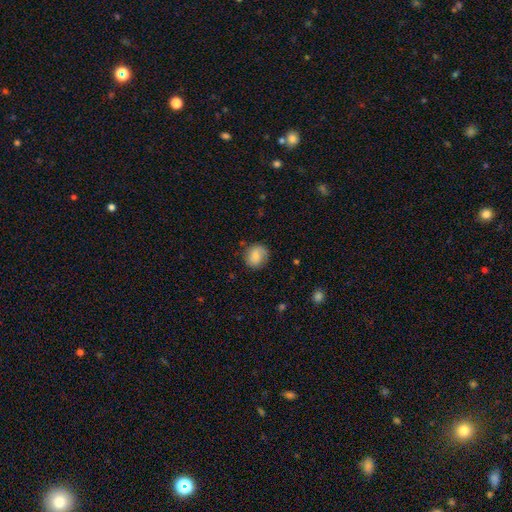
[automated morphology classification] Smooth or featured?
  - smooth: 76% *
  - featured or disk: 16%
  - star or artifact: 8%
How rounded?
  - round: 79% *
  - in between: 20%
  - cigar-shaped: 1%
Merging?
  - none: 76% *
  - minor disturbance: 18%
  - major disturbance: 5%
  - merger: 1%